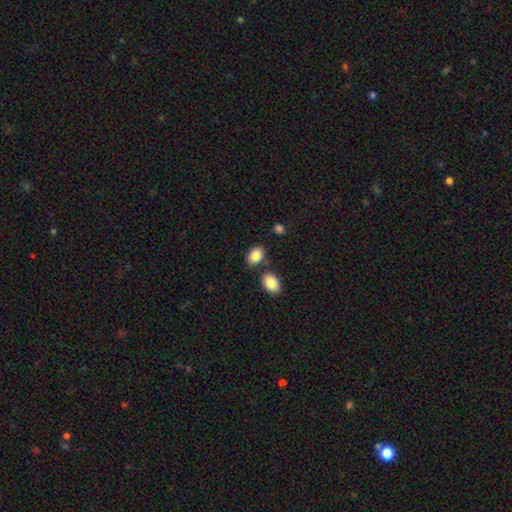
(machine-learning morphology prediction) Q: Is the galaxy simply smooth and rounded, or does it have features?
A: smooth — 85%.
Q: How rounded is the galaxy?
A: in between — 82%.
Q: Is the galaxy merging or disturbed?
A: none — 71%.